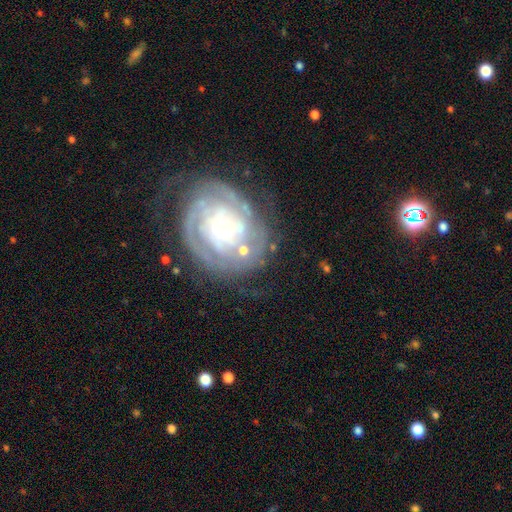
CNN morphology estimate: smooth_or_featured: featured or disk (p=0.83) [alt: smooth p=0.09]
disk_edge_on: no (p=0.97) [alt: yes p=0.03]
bar: no (p=0.72) [alt: weak p=0.20]
has_spiral_arms: yes (p=0.95) [alt: no p=0.05]
spiral_winding: tight (p=0.79) [alt: medium p=0.17]
spiral_arm_count: can't tell (p=0.34) [alt: 2 p=0.19]
bulge_size: small (p=0.70) [alt: moderate p=0.24]
merging: none (p=0.69) [alt: minor disturbance p=0.18]